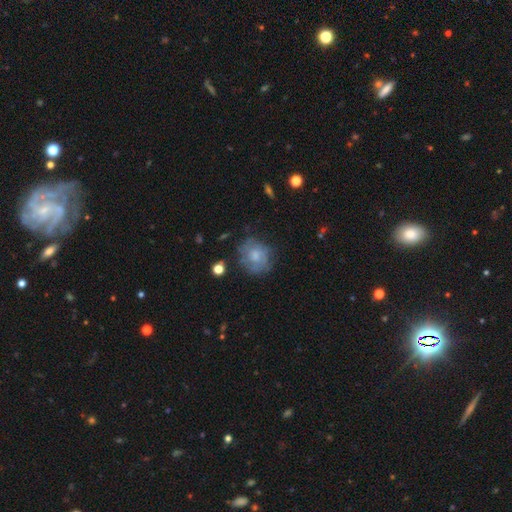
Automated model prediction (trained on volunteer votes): This is possibly a smooth galaxy (49%). Merging: likely none (65%).